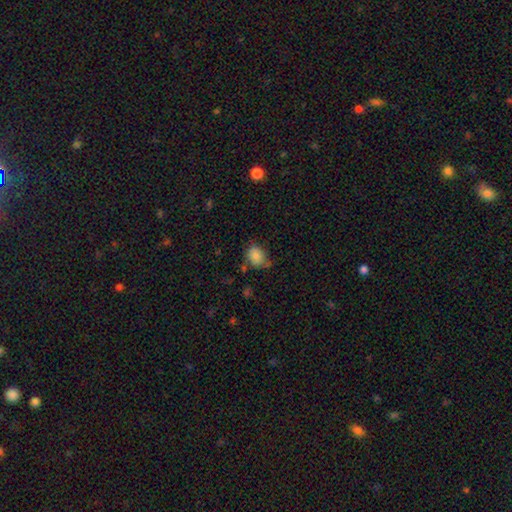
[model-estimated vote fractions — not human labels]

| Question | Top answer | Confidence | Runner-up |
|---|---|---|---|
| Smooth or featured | smooth | 85% | star or artifact (9%) |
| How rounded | in between | 59% | round (40%) |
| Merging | none | 60% | minor disturbance (26%) |